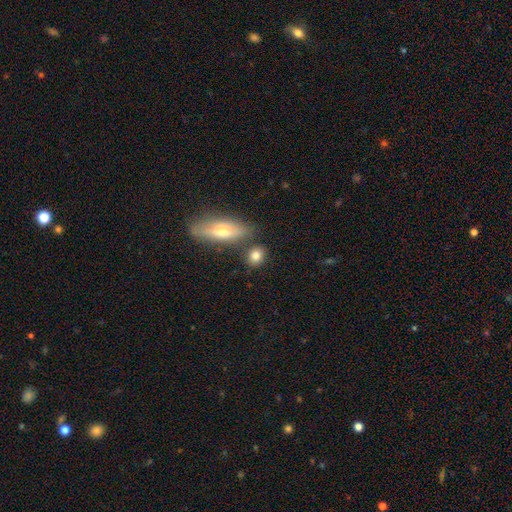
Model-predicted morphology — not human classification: A smooth galaxy with no disk features (79%) that is round (54%).

Vote fractions:
- Smooth or featured? smooth: 79% / featured or disk: 13% / star or artifact: 9%
- How rounded? round: 54% / in between: 40% / cigar-shaped: 6%
- Merging? none: 76% / minor disturbance: 11% / merger: 10% / major disturbance: 3%